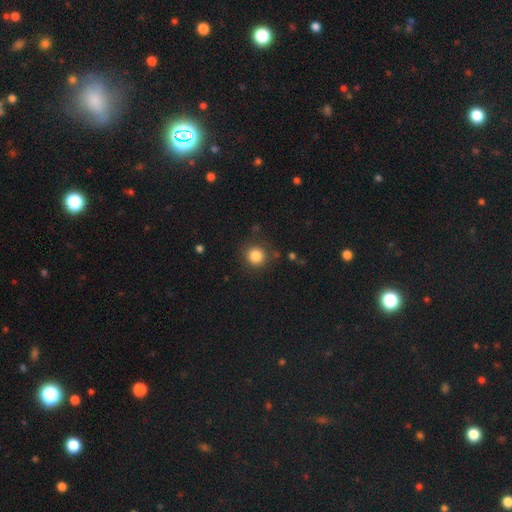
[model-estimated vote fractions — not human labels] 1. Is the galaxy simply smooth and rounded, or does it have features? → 84% smooth, 11% star or artifact, 5% featured or disk.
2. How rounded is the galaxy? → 93% round, 6% in between, 1% cigar-shaped.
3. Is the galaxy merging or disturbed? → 86% none, 9% minor disturbance, 3% major disturbance, 2% merger.